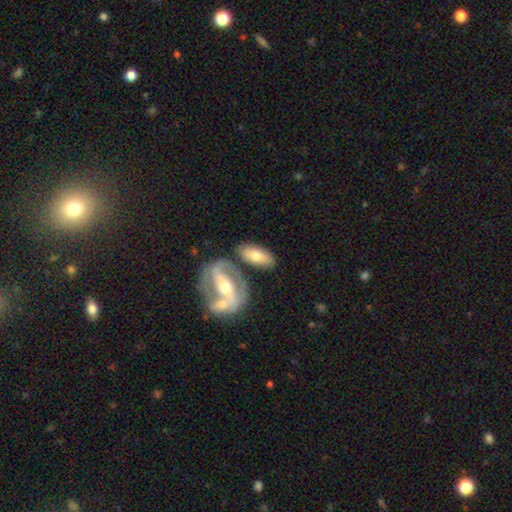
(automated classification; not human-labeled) Smooth or featured?
  - smooth: 50% *
  - featured or disk: 44%
  - star or artifact: 6%
How rounded?
  - in between: 82% *
  - cigar-shaped: 13%
  - round: 5%
Merging?
  - none: 64% *
  - merger: 18%
  - minor disturbance: 14%
  - major disturbance: 4%